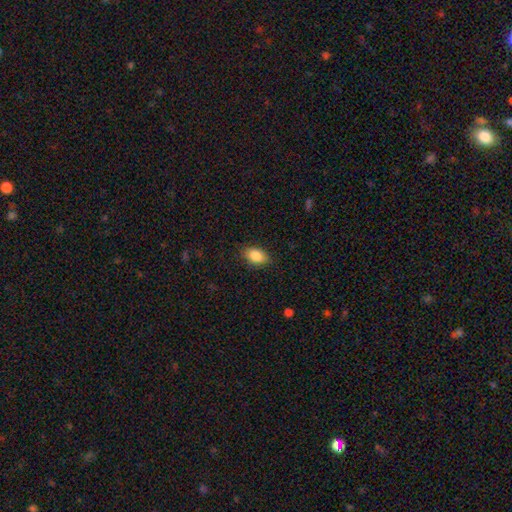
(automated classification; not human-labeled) A smooth galaxy with no disk features (86%) that is in between round and cigar-shaped (89%). Merging: none (85%).